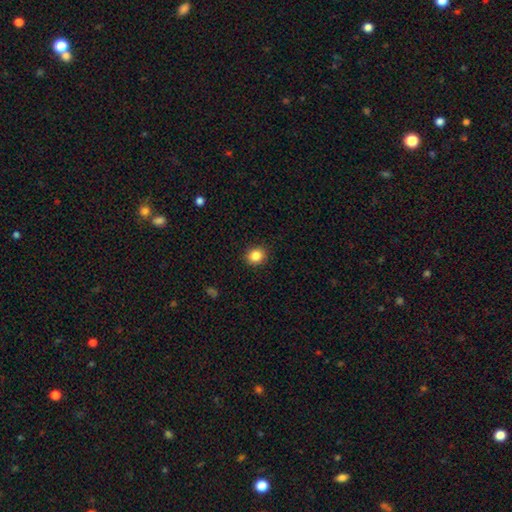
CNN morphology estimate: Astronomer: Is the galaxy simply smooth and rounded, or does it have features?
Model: smooth — 85%.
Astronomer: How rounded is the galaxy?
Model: round — 79%.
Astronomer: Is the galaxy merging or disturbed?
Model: none — 91%.